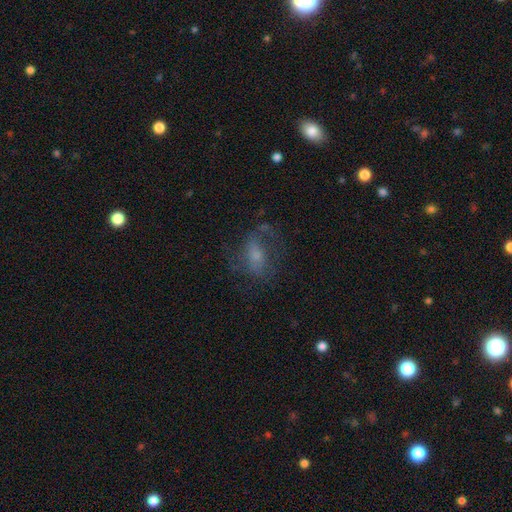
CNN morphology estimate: Overall: featured or disk (50%; smooth 37%). Merging: none (53%; major disturbance 25%).